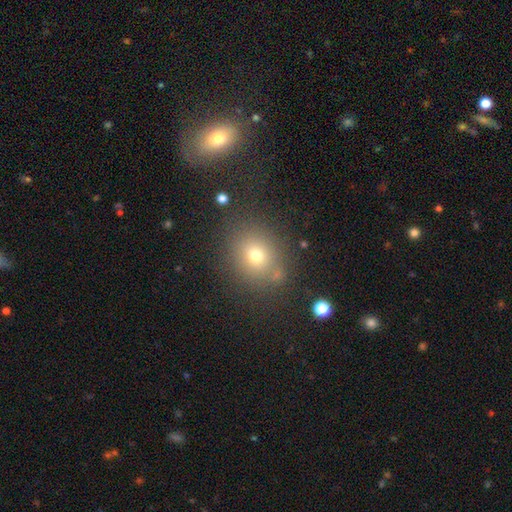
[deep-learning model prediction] smooth_or_featured: smooth (p=0.69) [alt: star or artifact p=0.19]
how_rounded: round (p=0.70) [alt: in between p=0.29]
merging: none (p=0.78) [alt: minor disturbance p=0.11]